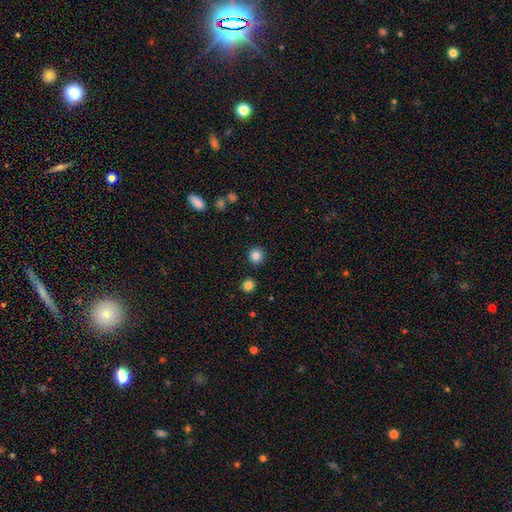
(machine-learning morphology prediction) smooth 85%, star or artifact 12%, featured or disk 4%. Down the decision tree: how rounded — round (94%); merging — none (91%).